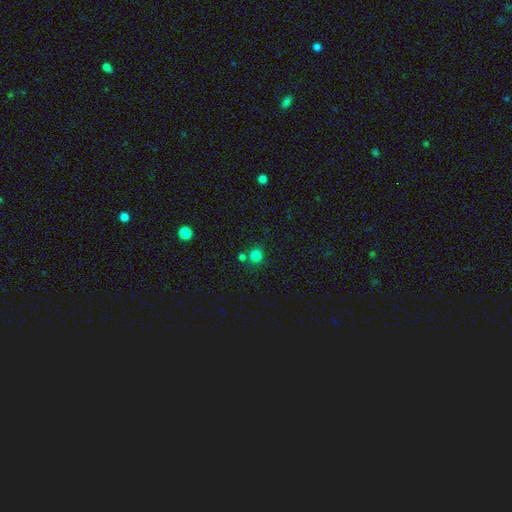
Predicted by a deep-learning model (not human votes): Morphology: type=smooth (80%); roundness=round (87%); merging=none (70%).